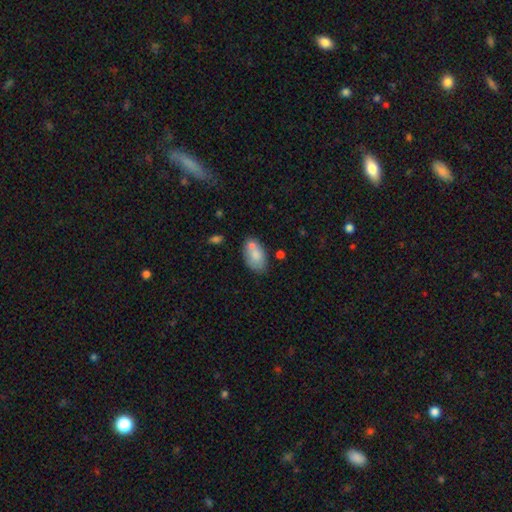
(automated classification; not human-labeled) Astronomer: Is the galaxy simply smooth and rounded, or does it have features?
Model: smooth — 74%.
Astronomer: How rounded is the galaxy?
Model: in between — 91%.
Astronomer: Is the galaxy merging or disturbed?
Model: none — 52%.